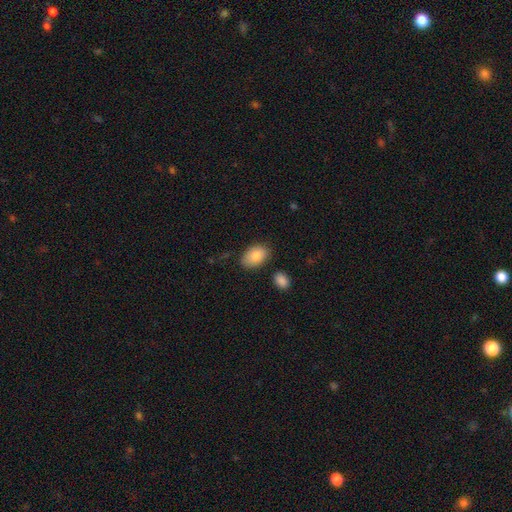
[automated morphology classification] A smooth galaxy with no disk features (87%) that is in between round and cigar-shaped (90%). Merging: none (78%).